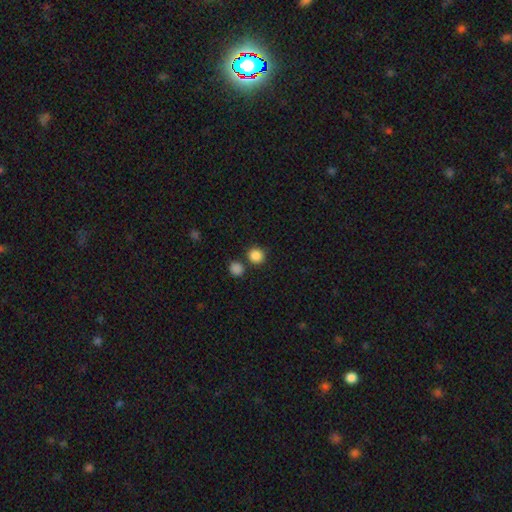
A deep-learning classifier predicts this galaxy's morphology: smooth_or_featured: smooth (p=0.86) [alt: star or artifact p=0.11]
how_rounded: round (p=0.90) [alt: in between p=0.09]
merging: none (p=0.78) [alt: merger p=0.12]